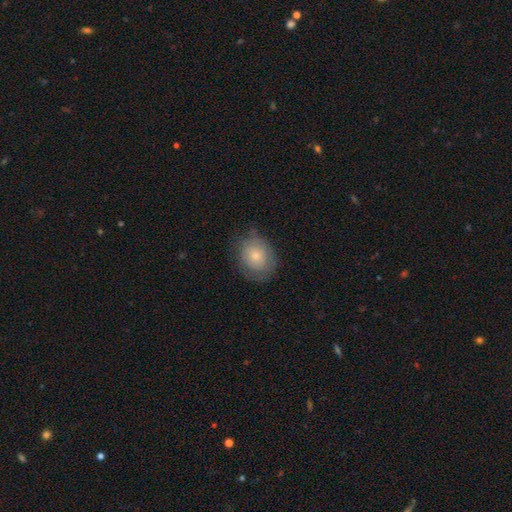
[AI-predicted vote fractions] Overall: smooth (72%). How rounded: round (63%; in between 36%). Merging: none (71%).